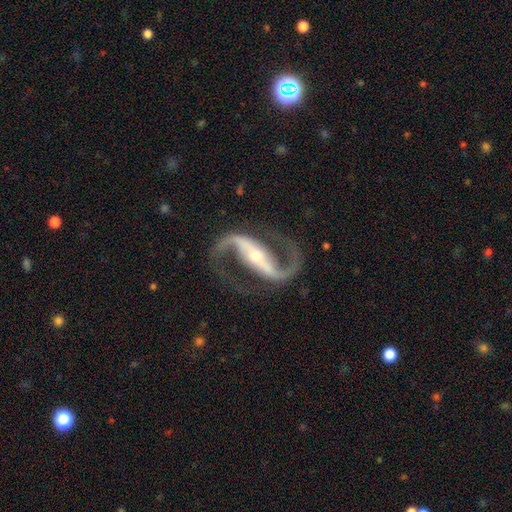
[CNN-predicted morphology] This appears to be a featured or disk galaxy (94%) with a strong bar (68%), 2 (95%) medium (47%) spiral arms (98%) and a small central bulge (55%). Merging: none (83%).